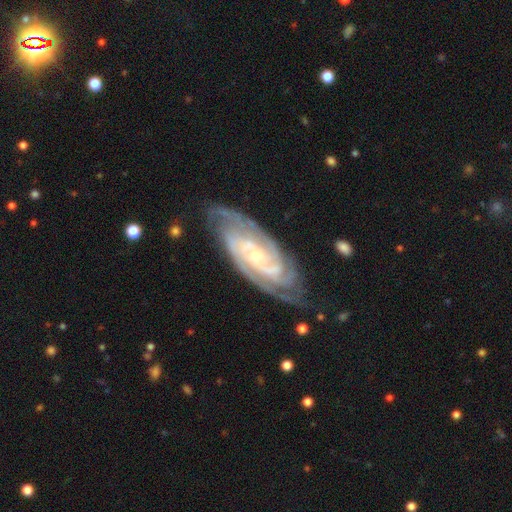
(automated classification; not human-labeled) A featured or disk galaxy (91%) with no bar (52%), 2 (31%) tight (70%) spiral arms (98%) and a small central bulge (65%). Merging: none (78%).